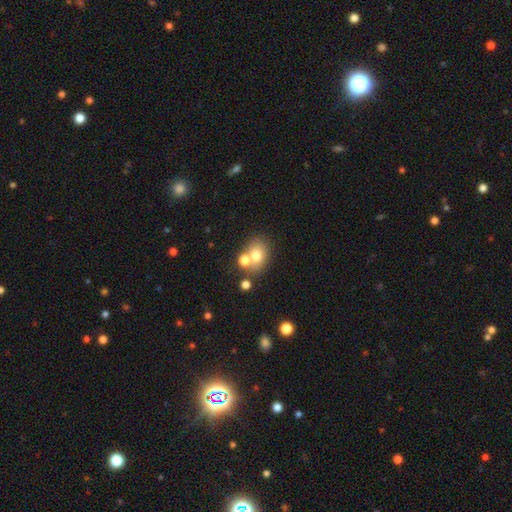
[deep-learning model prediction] smooth-or-featured: smooth: 71% | featured or disk: 16% | star or artifact: 13%
  how-rounded: in between: 52% | round: 47% | cigar-shaped: 1%
  merging: none: 53% | merger: 32% | minor disturbance: 11% | major disturbance: 4%